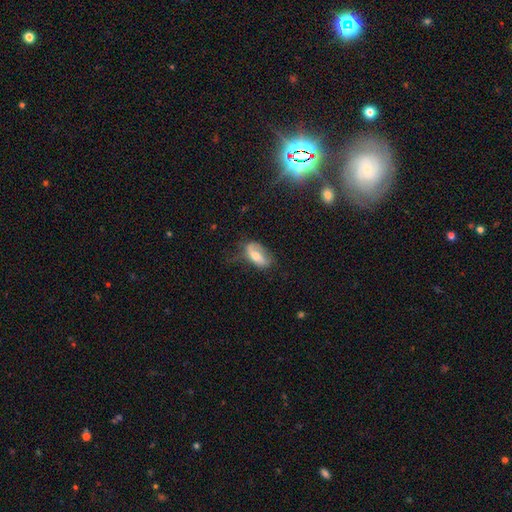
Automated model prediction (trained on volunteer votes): Smooth or featured? Predicted: smooth (p=0.52). How rounded? Predicted: in between (p=0.87). Merging? Predicted: none (p=0.45).